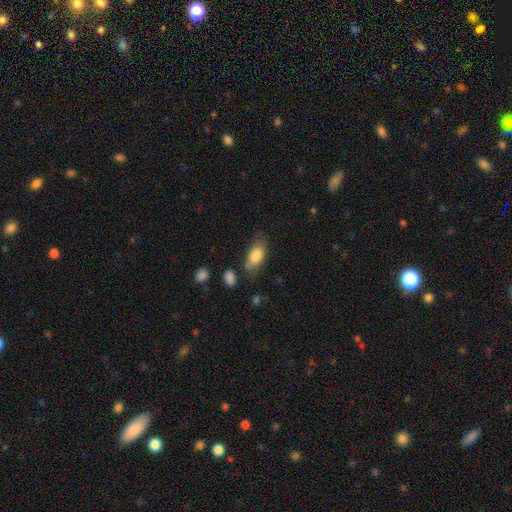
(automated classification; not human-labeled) Smooth or featured? smooth (82%)
How rounded? in between (88%)
Merging? none (65%)